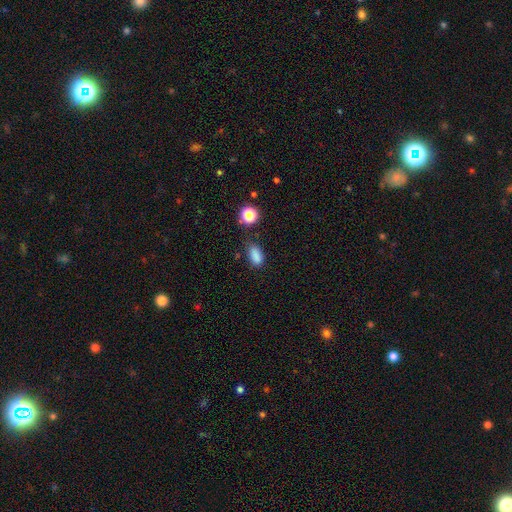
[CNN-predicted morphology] A smooth galaxy with no disk features (82%) that is in between round and cigar-shaped (82%). Merging: none (69%).